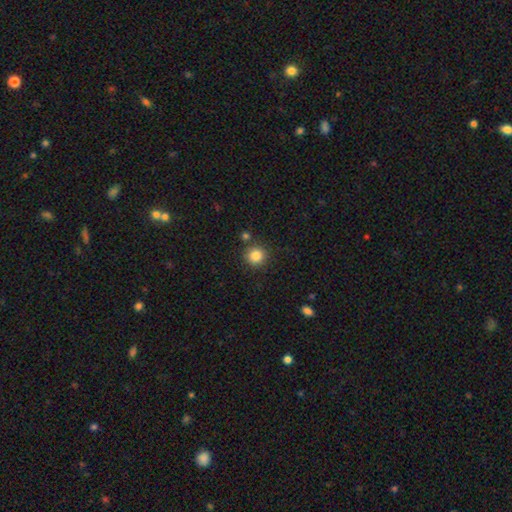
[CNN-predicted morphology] Overall: smooth (85%). How rounded: round (93%). Merging: none (83%).